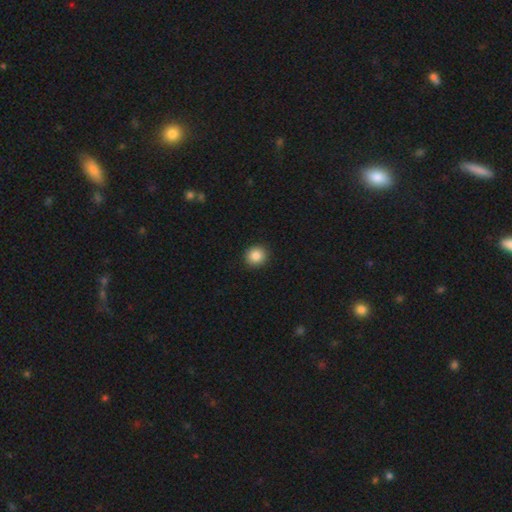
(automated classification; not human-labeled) A smooth galaxy with no disk features (87%) that is round (89%). Merging: none (92%).